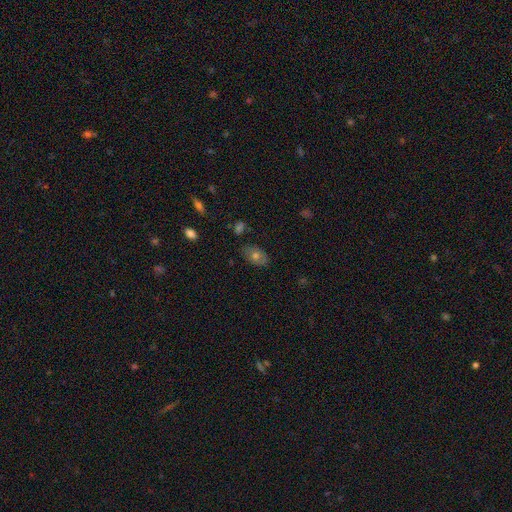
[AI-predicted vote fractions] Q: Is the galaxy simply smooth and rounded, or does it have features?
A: smooth — 61%.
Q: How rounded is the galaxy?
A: in between — 86%.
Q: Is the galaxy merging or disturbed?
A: none — 79%.